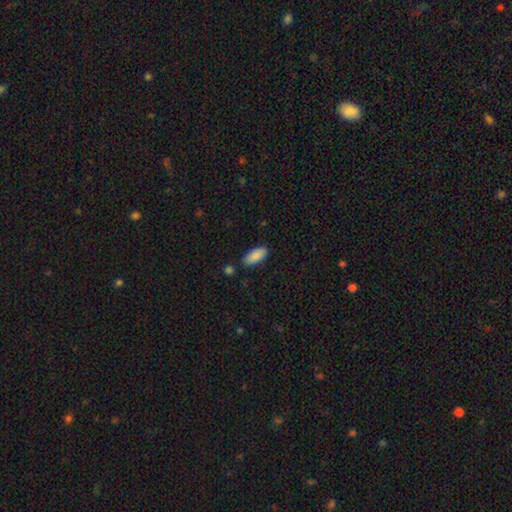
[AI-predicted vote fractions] A smooth galaxy with no disk features (89%) that is in between round and cigar-shaped (86%).

Vote fractions:
- Smooth or featured? smooth: 89% / star or artifact: 6% / featured or disk: 5%
- How rounded? in between: 86% / cigar-shaped: 13% / round: 2%
- Merging? none: 81% / minor disturbance: 13% / merger: 3% / major disturbance: 3%